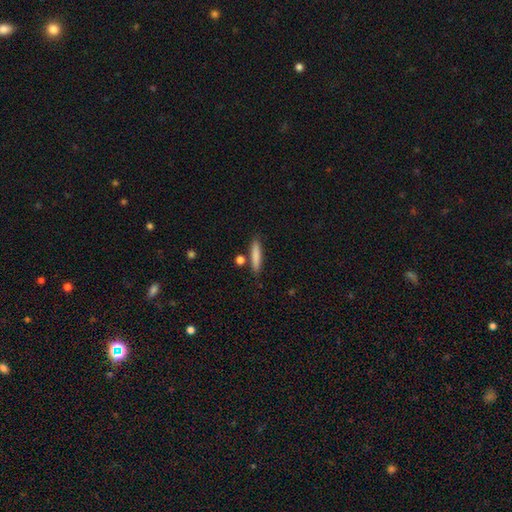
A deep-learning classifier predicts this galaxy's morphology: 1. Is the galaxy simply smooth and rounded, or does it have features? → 82% smooth, 12% featured or disk, 6% star or artifact.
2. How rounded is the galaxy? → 87% cigar-shaped, 10% in between, 2% round.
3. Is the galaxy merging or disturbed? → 83% none, 9% minor disturbance, 6% merger, 2% major disturbance.